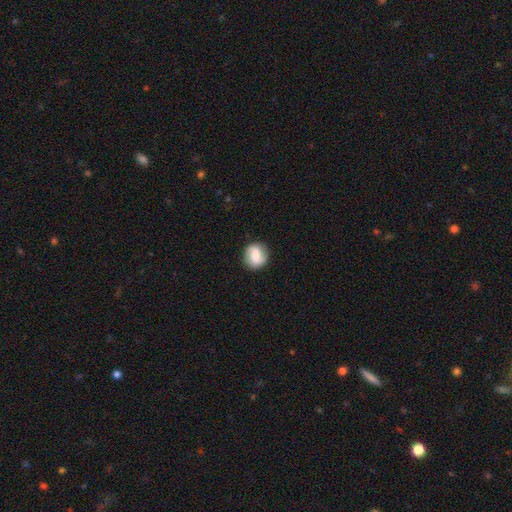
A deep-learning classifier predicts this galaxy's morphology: This is likely a smooth galaxy (71%). How rounded: likely round (79%). Merging: clearly none (84%).